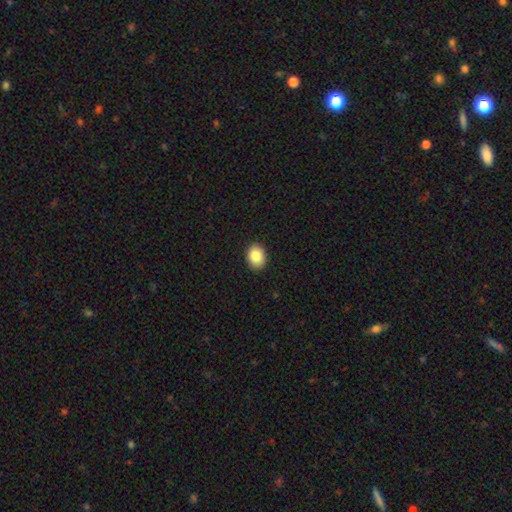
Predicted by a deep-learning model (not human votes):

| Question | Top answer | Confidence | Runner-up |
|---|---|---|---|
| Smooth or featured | smooth | 85% | star or artifact (8%) |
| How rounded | in between | 60% | round (40%) |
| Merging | none | 91% | minor disturbance (7%) |